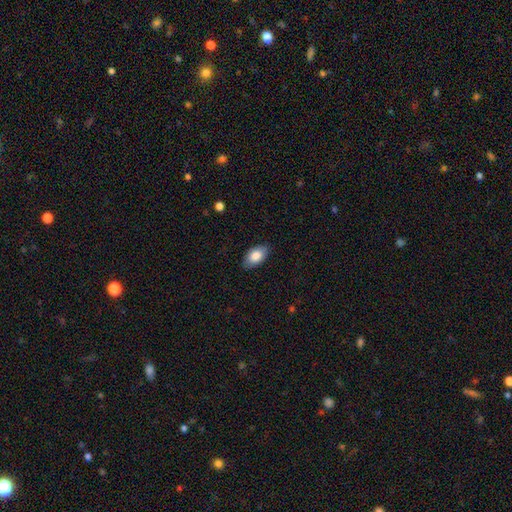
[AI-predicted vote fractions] Overall: smooth (83%). How rounded: in between (94%). Merging: none (86%).